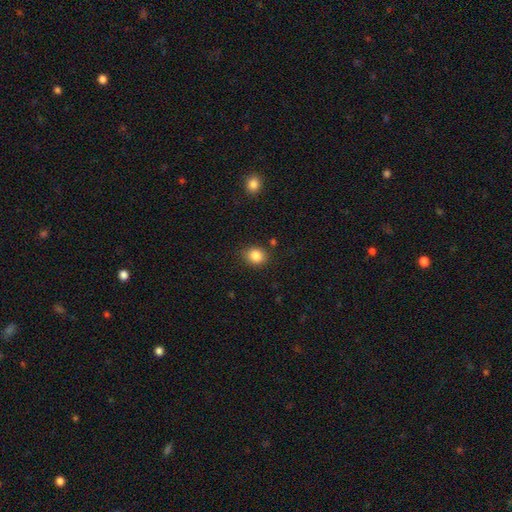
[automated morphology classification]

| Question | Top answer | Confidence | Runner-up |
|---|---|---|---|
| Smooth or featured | smooth | 85% | star or artifact (10%) |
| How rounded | round | 63% | in between (36%) |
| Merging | none | 82% | minor disturbance (12%) |